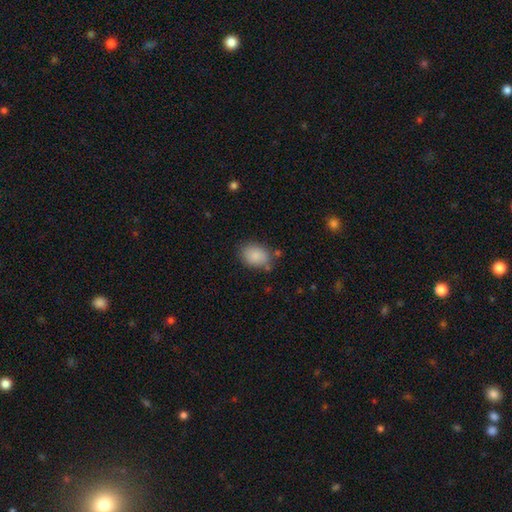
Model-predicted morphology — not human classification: type=smooth (86%); roundness=in between (71%); merging=none (72%).